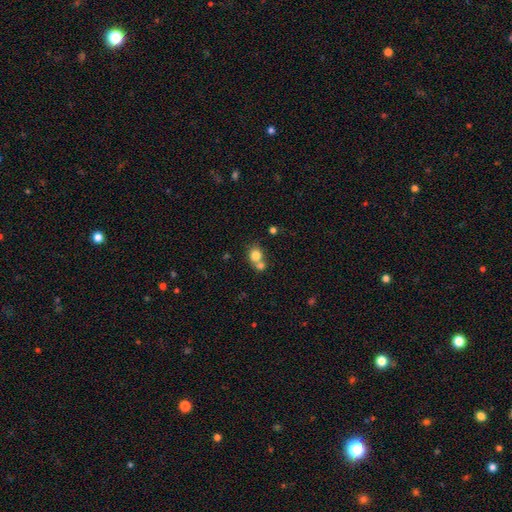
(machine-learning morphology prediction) smooth-or-featured: smooth: 79% | star or artifact: 11% | featured or disk: 10%
  how-rounded: round: 74% | in between: 25% | cigar-shaped: 1%
  merging: merger: 49% | none: 41% | minor disturbance: 7% | major disturbance: 3%